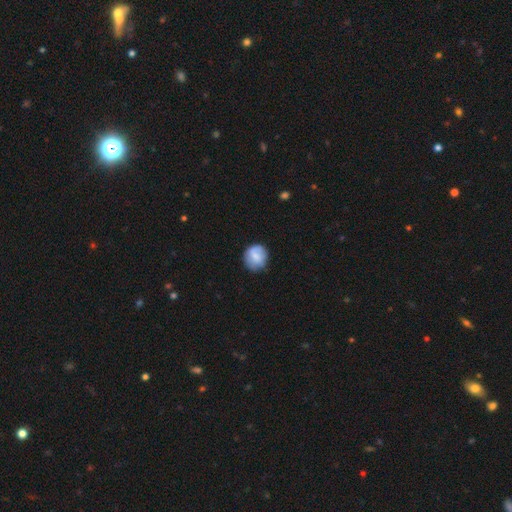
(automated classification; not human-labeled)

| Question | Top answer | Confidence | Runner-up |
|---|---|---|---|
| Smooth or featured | smooth | 74% | featured or disk (19%) |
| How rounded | round | 85% | in between (14%) |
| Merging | none | 73% | minor disturbance (20%) |